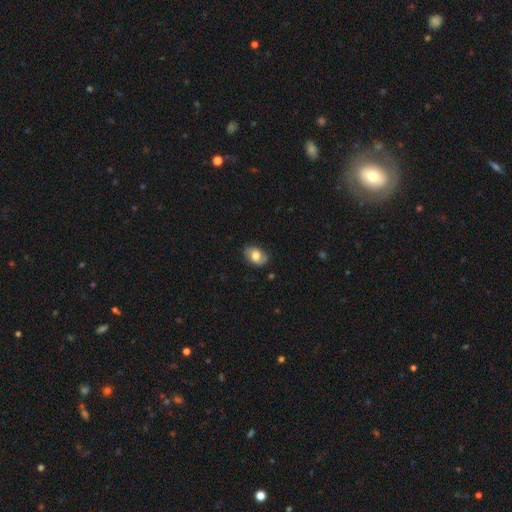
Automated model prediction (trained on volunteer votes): A smooth galaxy with no disk features (57%) that is in between round and cigar-shaped (77%).

Vote fractions:
- Smooth or featured? smooth: 57% / featured or disk: 35% / star or artifact: 8%
- How rounded? in between: 77% / round: 21% / cigar-shaped: 1%
- Merging? none: 77% / minor disturbance: 17% / major disturbance: 4% / merger: 1%